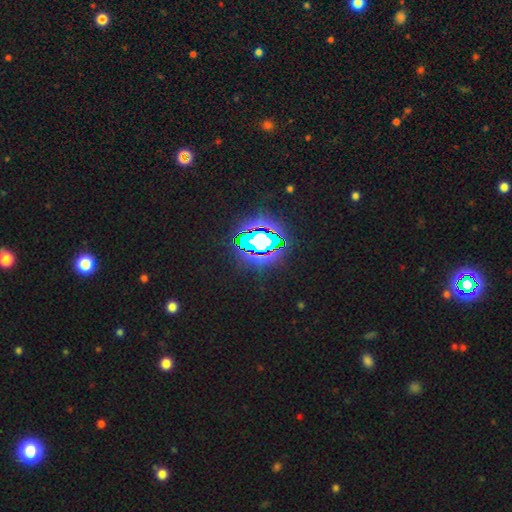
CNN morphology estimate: This is clearly a star or artifact rather than a galaxy (84%).